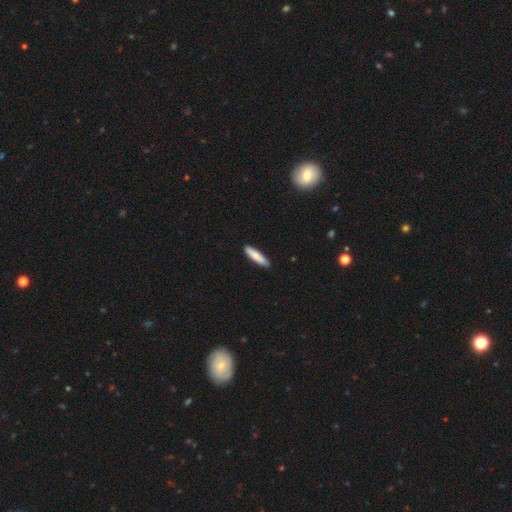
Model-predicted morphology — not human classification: Smooth or featured?
  - smooth: 83% *
  - featured or disk: 12%
  - star or artifact: 5%
How rounded?
  - cigar-shaped: 78% *
  - in between: 21%
  - round: 1%
Merging?
  - none: 89% *
  - minor disturbance: 9%
  - major disturbance: 1%
  - merger: 1%